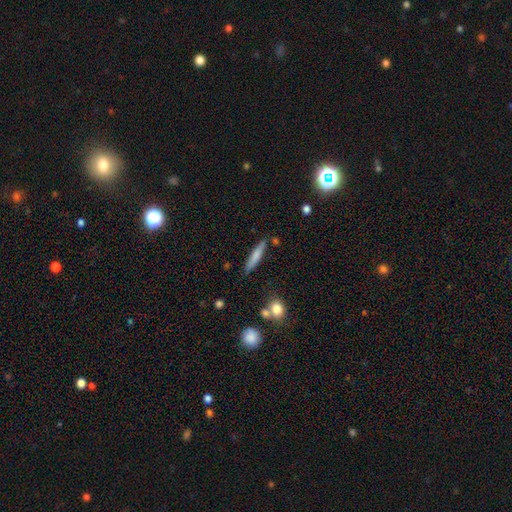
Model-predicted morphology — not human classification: Smooth or featured?
  - smooth: 72% *
  - featured or disk: 22%
  - star or artifact: 6%
How rounded?
  - cigar-shaped: 89% *
  - in between: 9%
  - round: 2%
Merging?
  - none: 82% *
  - minor disturbance: 11%
  - merger: 4%
  - major disturbance: 2%